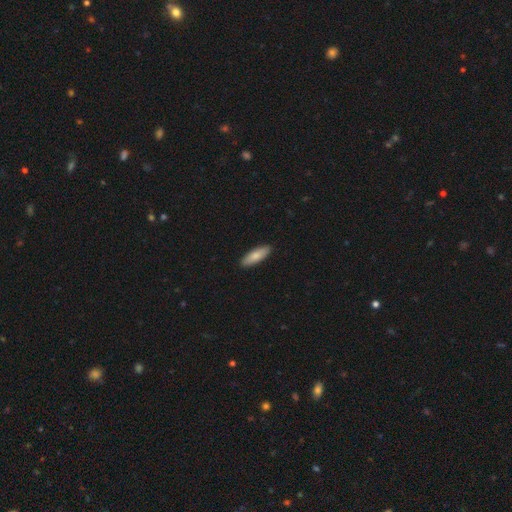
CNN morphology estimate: smooth 82%, featured or disk 13%, star or artifact 5%. Down the decision tree: how rounded — in between (56%); merging — none (91%).